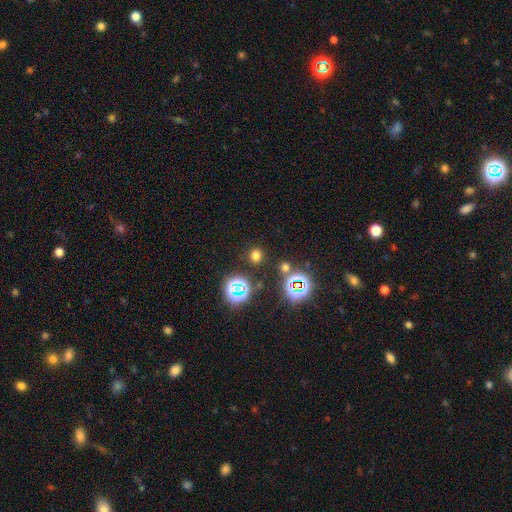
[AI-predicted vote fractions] This is likely a smooth galaxy (65%). How rounded: clearly round (84%). Merging: clearly none (86%).